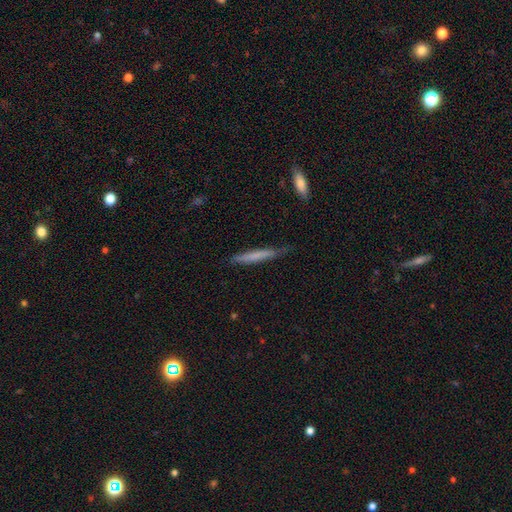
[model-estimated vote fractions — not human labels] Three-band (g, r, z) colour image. It shows a smooth galaxy with no disk features (65%) that is cigar-shaped (95%). Merging: none (77%).